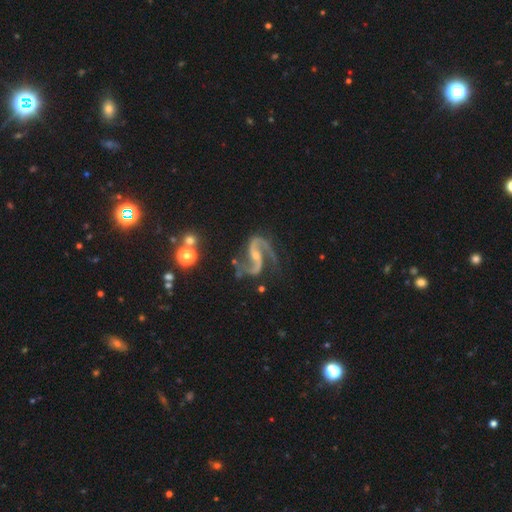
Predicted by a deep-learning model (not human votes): featured or disk 92%, star or artifact 5%, smooth 3%. Down the decision tree: edge-on disk — no (98%); bar — weak (39%); spiral arms — yes (98%); spiral arm count — 2 (93%); spiral winding — loose (47%); bulge size — small (66%); merging — none (63%).